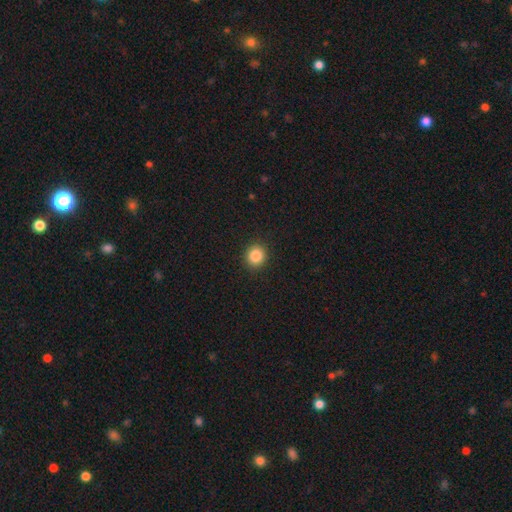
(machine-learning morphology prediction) smooth_or_featured: smooth (p=0.86) [alt: star or artifact p=0.10]
how_rounded: round (p=0.85) [alt: in between p=0.14]
merging: none (p=0.91) [alt: minor disturbance p=0.06]